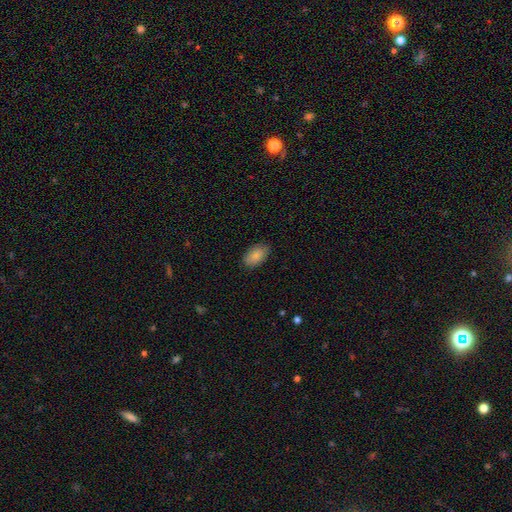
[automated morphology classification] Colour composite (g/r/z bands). It shows a smooth galaxy with no disk features (87%) that is in between round and cigar-shaped (93%). Merging: none (87%).